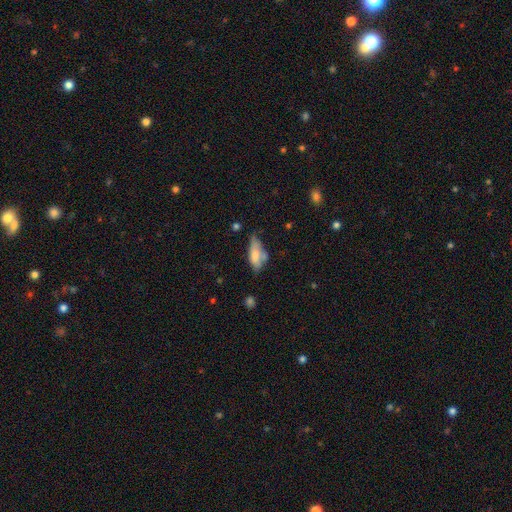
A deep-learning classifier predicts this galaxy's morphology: smooth_or_featured: smooth (p=0.68) [alt: featured or disk p=0.24]
how_rounded: in between (p=0.73) [alt: cigar-shaped p=0.25]
merging: none (p=0.37) [alt: minor disturbance p=0.32]